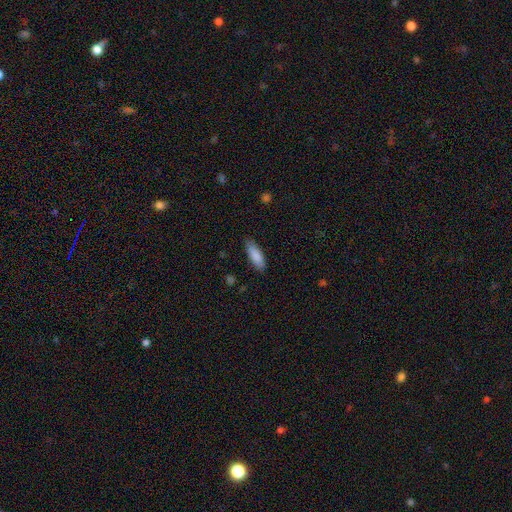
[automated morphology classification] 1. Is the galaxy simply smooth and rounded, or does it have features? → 86% smooth, 8% featured or disk, 6% star or artifact.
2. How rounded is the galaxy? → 60% in between, 39% cigar-shaped, 2% round.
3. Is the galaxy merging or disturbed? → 83% none, 14% minor disturbance, 2% major disturbance, 1% merger.